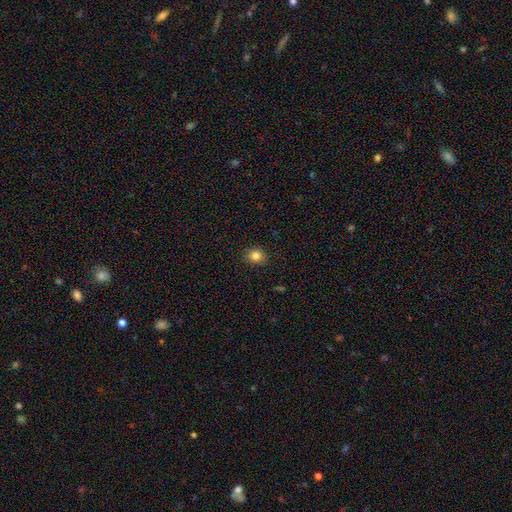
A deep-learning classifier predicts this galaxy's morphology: smooth-or-featured: smooth: 84% | star or artifact: 11% | featured or disk: 5%
  how-rounded: round: 63% | in between: 36% | cigar-shaped: 1%
  merging: none: 88% | minor disturbance: 9% | major disturbance: 2% | merger: 1%